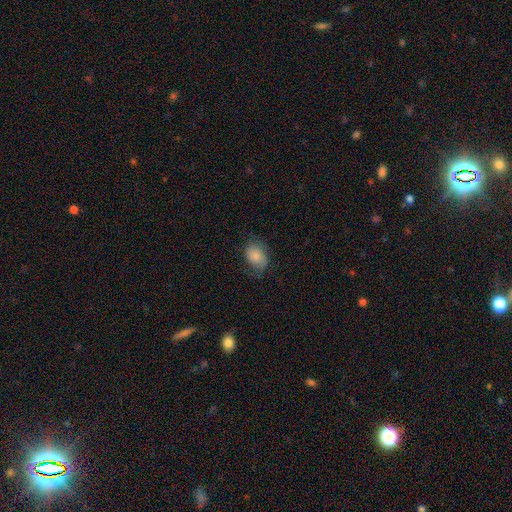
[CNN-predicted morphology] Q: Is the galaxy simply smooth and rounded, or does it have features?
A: smooth — 78%.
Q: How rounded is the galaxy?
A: in between — 73%.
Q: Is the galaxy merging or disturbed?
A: none — 60%.